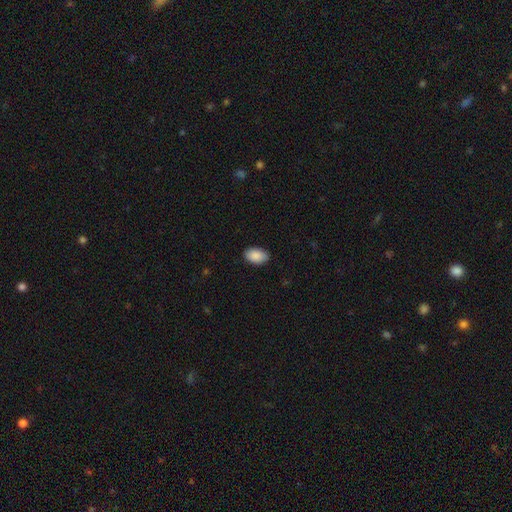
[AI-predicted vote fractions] A smooth galaxy with no disk features (90%) that is in between round and cigar-shaped (93%). Merging: none (87%).